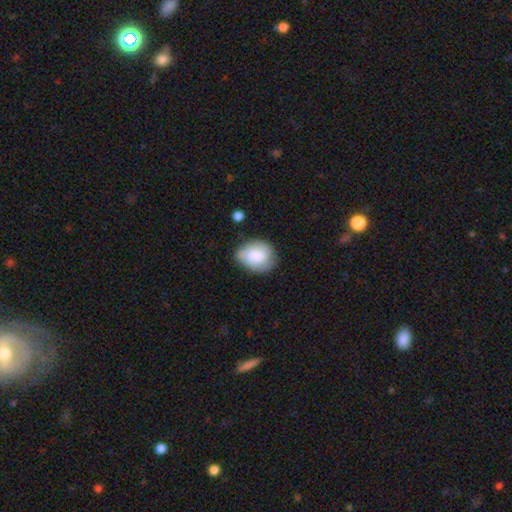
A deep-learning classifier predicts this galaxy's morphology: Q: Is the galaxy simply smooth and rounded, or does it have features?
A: smooth — 71%.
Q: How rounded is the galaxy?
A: in between — 52%.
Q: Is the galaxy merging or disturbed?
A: none — 63%.